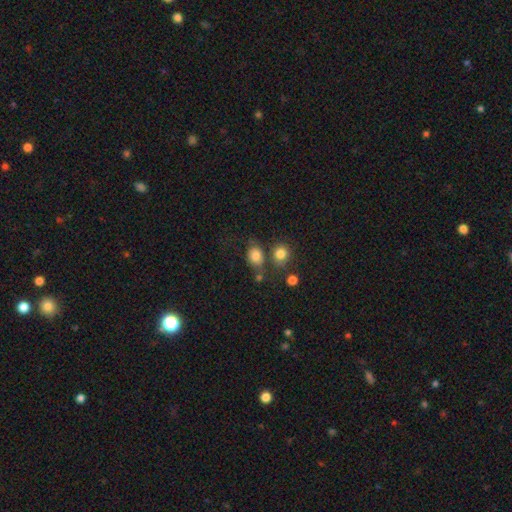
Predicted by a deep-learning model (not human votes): smooth-or-featured: smooth: 80% | star or artifact: 11% | featured or disk: 9%
  how-rounded: in between: 58% | round: 41% | cigar-shaped: 1%
  merging: none: 55% | merger: 18% | minor disturbance: 18% | major disturbance: 9%